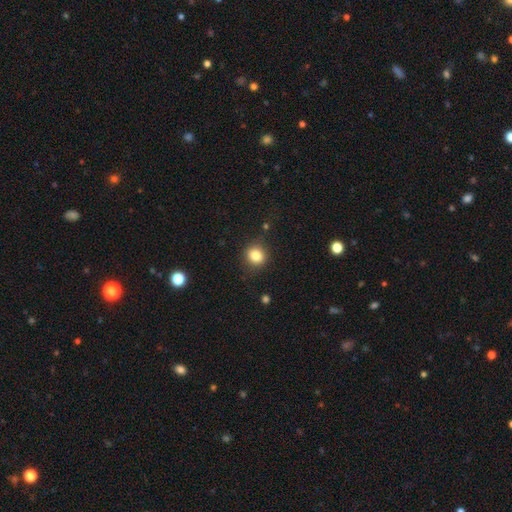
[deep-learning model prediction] Smooth or featured? Predicted: smooth (p=0.83). How rounded? Predicted: round (p=0.84). Merging? Predicted: none (p=0.85).